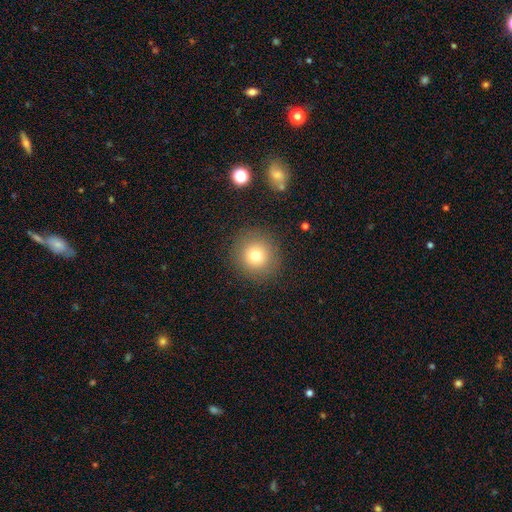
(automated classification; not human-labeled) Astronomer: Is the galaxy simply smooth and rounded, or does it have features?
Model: smooth — 76%.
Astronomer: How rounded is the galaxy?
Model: round — 92%.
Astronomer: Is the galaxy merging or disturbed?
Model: none — 88%.